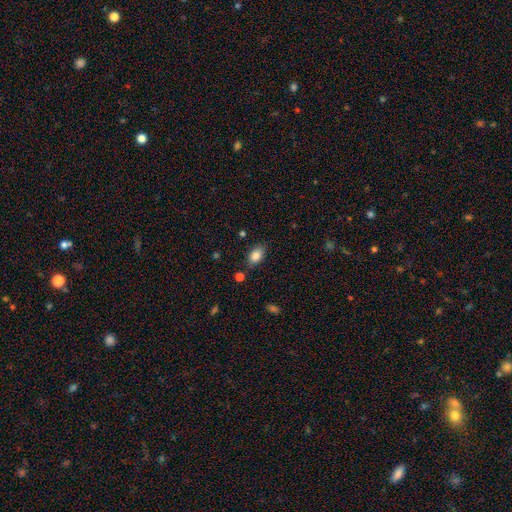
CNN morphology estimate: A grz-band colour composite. It shows a smooth galaxy with no disk features (84%) that is in between round and cigar-shaped (88%). Merging: none (79%).